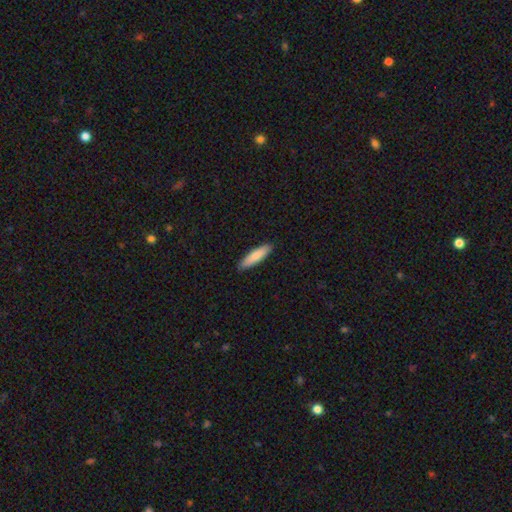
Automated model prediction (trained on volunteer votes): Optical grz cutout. It shows a smooth galaxy with no disk features (81%) that is cigar-shaped (74%). Merging: none (91%).